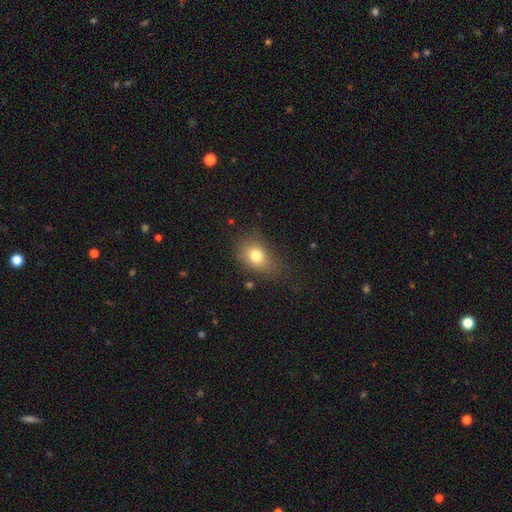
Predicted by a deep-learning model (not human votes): Smooth or featured? Predicted: smooth (p=0.77). How rounded? Predicted: in between (p=0.66). Merging? Predicted: none (p=0.67).